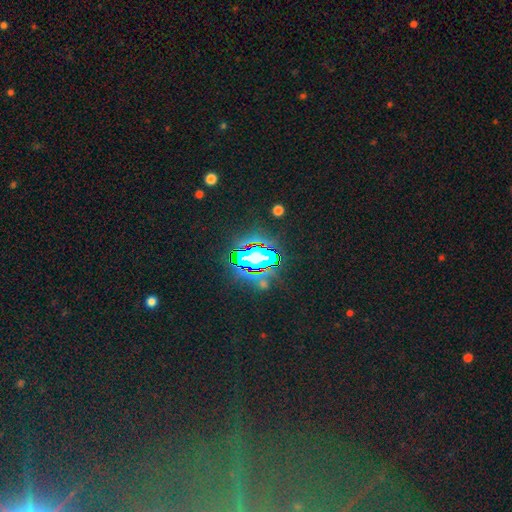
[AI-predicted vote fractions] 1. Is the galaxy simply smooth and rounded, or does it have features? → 79% star or artifact, 12% smooth, 9% featured or disk.